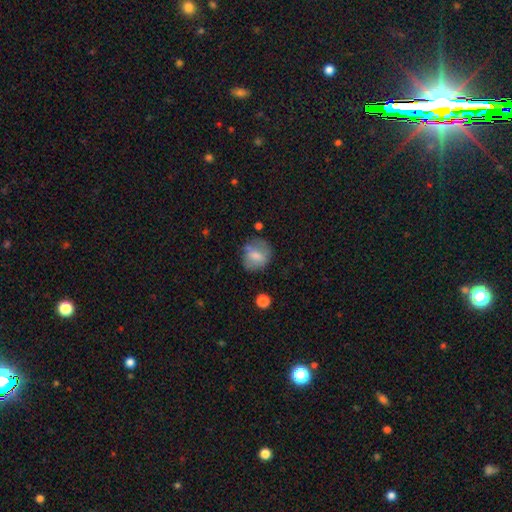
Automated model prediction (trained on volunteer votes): The model was most divided on "how rounded": round: 64%, in between: 34%, cigar-shaped: 2%. More confident: smooth or featured — smooth (66%); merging — none (64%).